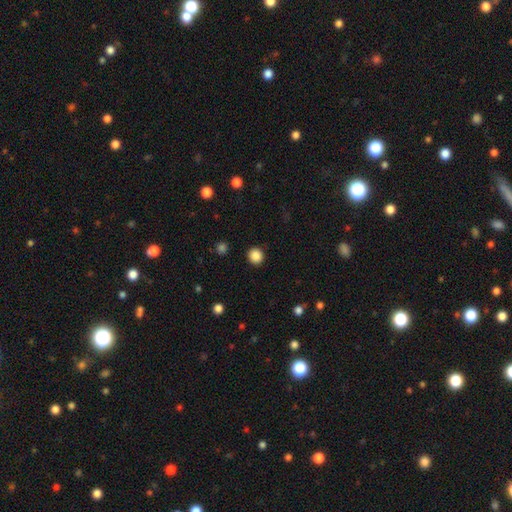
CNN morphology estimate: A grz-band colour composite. It shows a smooth galaxy with no disk features (87%) that is round (91%). Merging: none (92%).